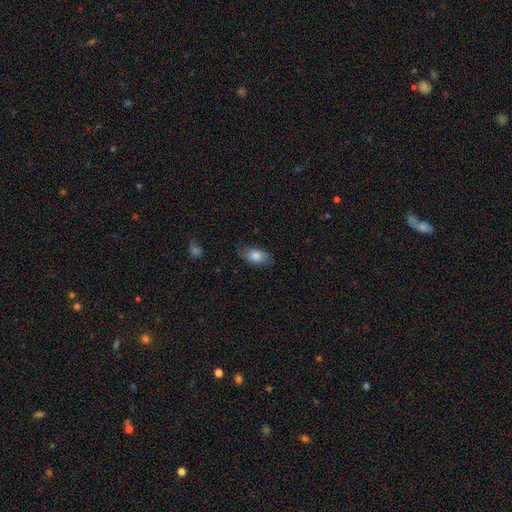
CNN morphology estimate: This is likely a smooth galaxy (78%). How rounded: clearly in between (89%). Merging: likely none (73%).